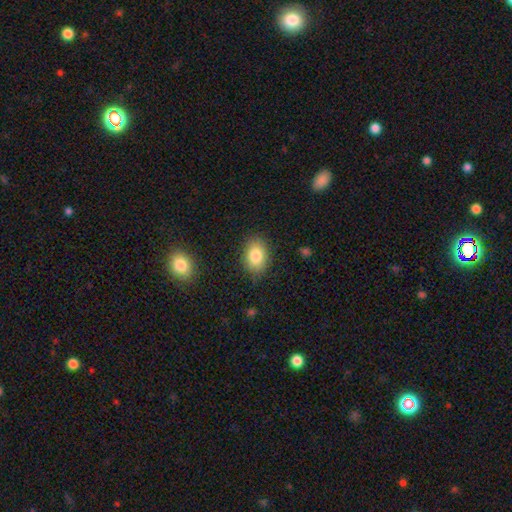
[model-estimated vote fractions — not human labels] Morphology: type=smooth (83%); roundness=in between (79%); merging=none (84%).